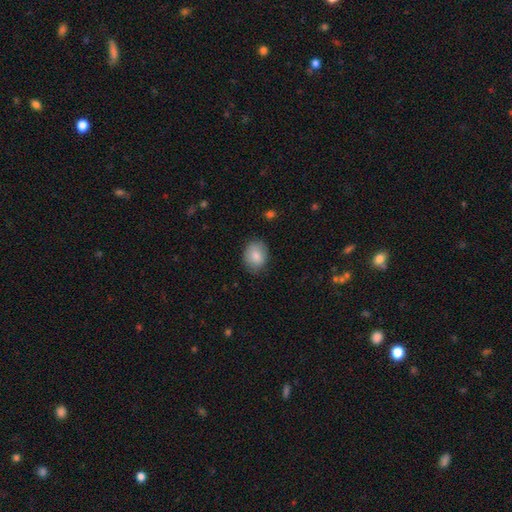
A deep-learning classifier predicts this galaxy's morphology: A smooth galaxy with no disk features (85%) that is in between round and cigar-shaped (60%).

Vote fractions:
- Smooth or featured? smooth: 85% / featured or disk: 8% / star or artifact: 7%
- How rounded? in between: 60% / round: 39% / cigar-shaped: 1%
- Merging? none: 80% / minor disturbance: 15% / major disturbance: 3% / merger: 1%